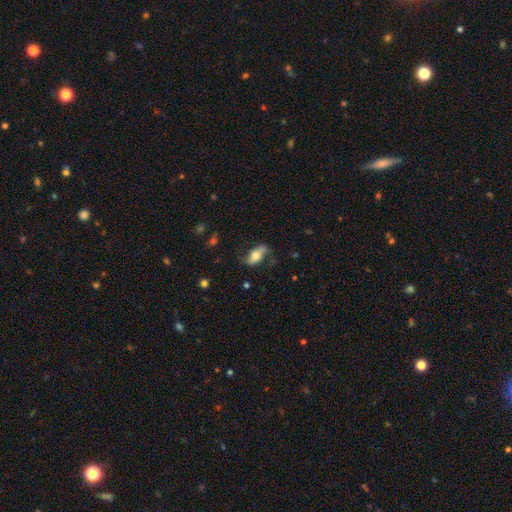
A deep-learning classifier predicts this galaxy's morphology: smooth-or-featured: smooth: 48% | featured or disk: 45% | star or artifact: 7%
  merging: none: 69% | minor disturbance: 21% | major disturbance: 8% | merger: 2%